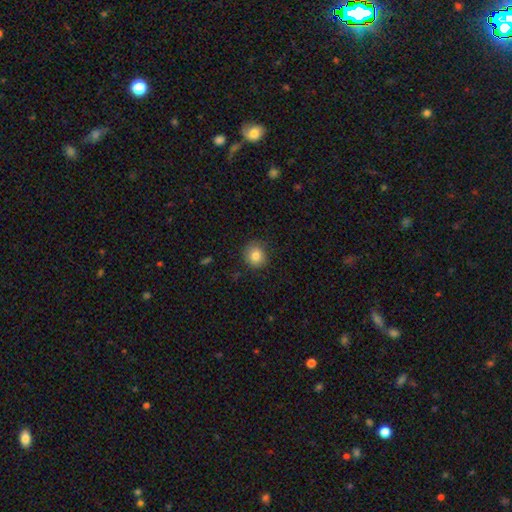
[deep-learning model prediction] smooth-or-featured: smooth: 83% | star or artifact: 10% | featured or disk: 7%
  how-rounded: round: 85% | in between: 14% | cigar-shaped: 1%
  merging: none: 84% | minor disturbance: 12% | major disturbance: 3% | merger: 1%